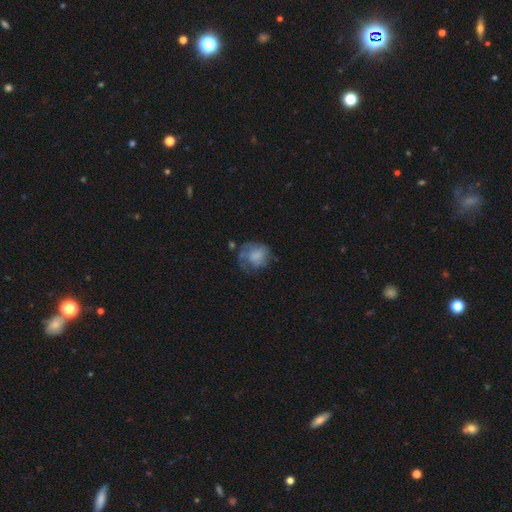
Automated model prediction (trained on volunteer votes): Q: Smooth or featured?
A: smooth (58%); runner-up: featured or disk (32%)
Q: How rounded?
A: round (67%); runner-up: in between (32%)
Q: Merging?
A: none (43%); runner-up: minor disturbance (28%)